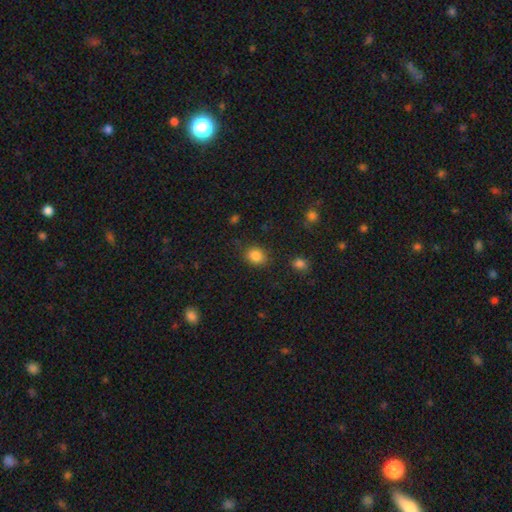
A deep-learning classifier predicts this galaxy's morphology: smooth_or_featured: smooth (p=0.84) [alt: star or artifact p=0.10]
how_rounded: round (p=0.58) [alt: in between p=0.41]
merging: none (p=0.83) [alt: minor disturbance p=0.12]